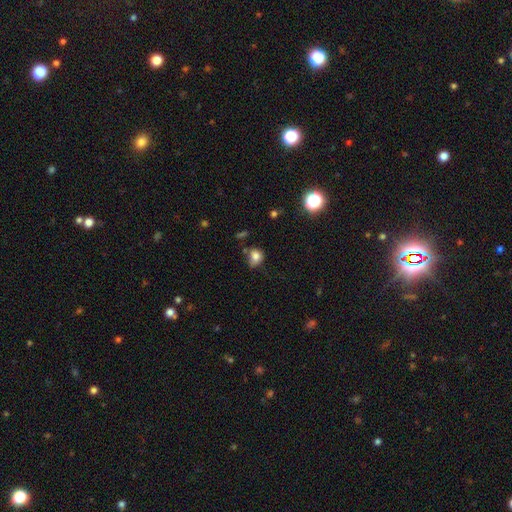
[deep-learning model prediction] Smooth or featured: smooth — 79% (star or artifact — 12%)
How rounded: round — 59% (in between — 40%)
Merging: none — 48% (minor disturbance — 33%)